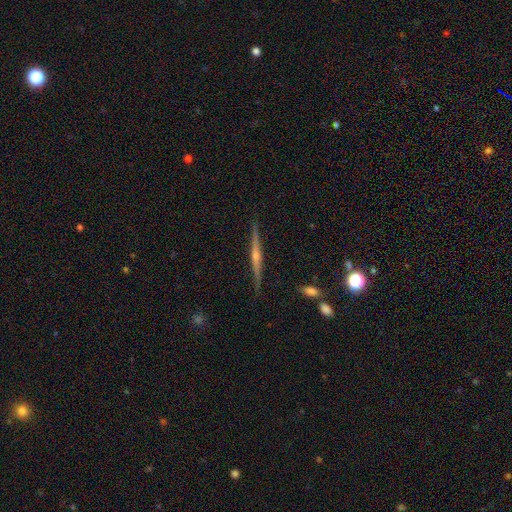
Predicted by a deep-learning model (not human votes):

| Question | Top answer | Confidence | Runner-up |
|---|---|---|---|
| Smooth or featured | featured or disk | 81% | smooth (12%) |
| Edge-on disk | yes | 98% | no (2%) |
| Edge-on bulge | rounded | 85% | none (10%) |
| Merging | none | 90% | minor disturbance (7%) |